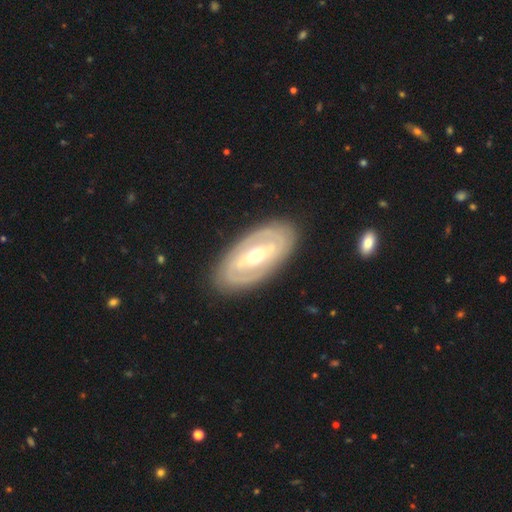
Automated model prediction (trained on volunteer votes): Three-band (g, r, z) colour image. It shows a featured or disk galaxy (78%) with a strong bar (37%), spiral arms (59%) and a moderate central bulge (68%). Merging: none (86%).